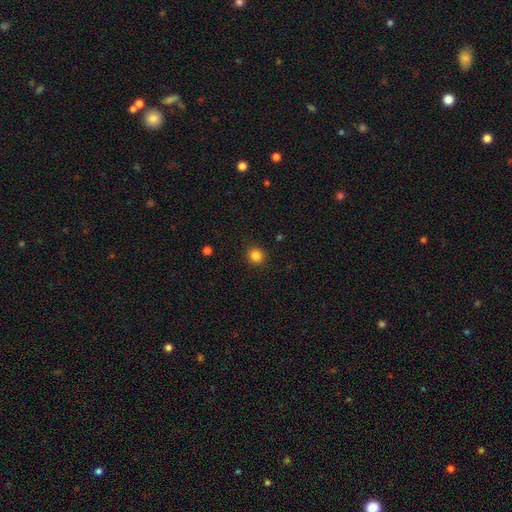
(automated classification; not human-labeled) Overall: smooth (84%). How rounded: round (89%). Merging: none (91%).